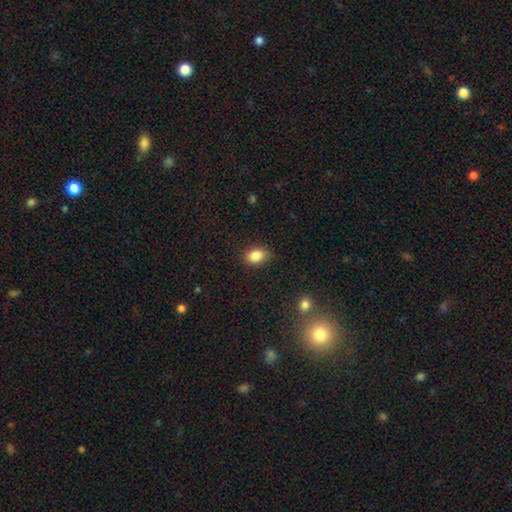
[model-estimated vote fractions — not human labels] A smooth galaxy with no disk features (86%) that is in between round and cigar-shaped (76%).

Vote fractions:
- Smooth or featured? smooth: 86% / star or artifact: 9% / featured or disk: 5%
- How rounded? in between: 76% / round: 22% / cigar-shaped: 1%
- Merging? none: 83% / minor disturbance: 13% / major disturbance: 3% / merger: 1%